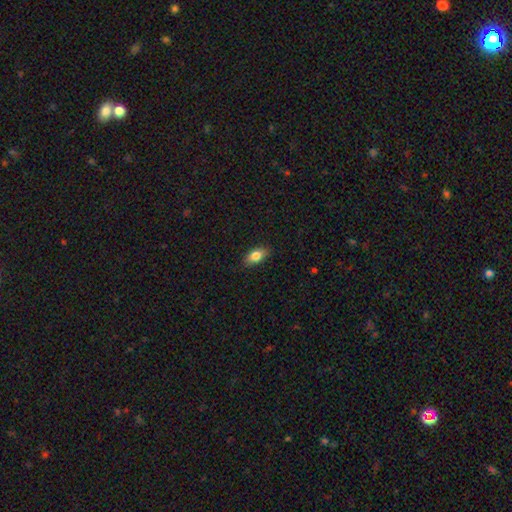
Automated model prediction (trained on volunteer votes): A smooth galaxy with no disk features (82%) that is in between round and cigar-shaped (87%).

Vote fractions:
- Smooth or featured? smooth: 82% / featured or disk: 11% / star or artifact: 8%
- How rounded? in between: 87% / round: 7% / cigar-shaped: 6%
- Merging? none: 86% / minor disturbance: 11% / major disturbance: 2% / merger: 1%